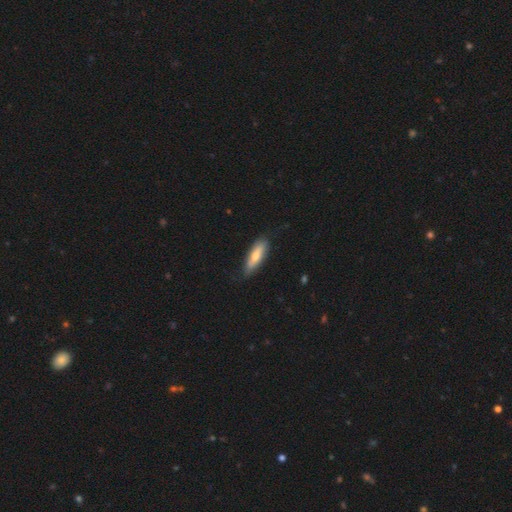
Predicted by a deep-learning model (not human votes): Q: Smooth or featured?
A: smooth (68%); runner-up: featured or disk (27%)
Q: How rounded?
A: cigar-shaped (53%); runner-up: in between (45%)
Q: Merging?
A: none (75%); runner-up: minor disturbance (20%)